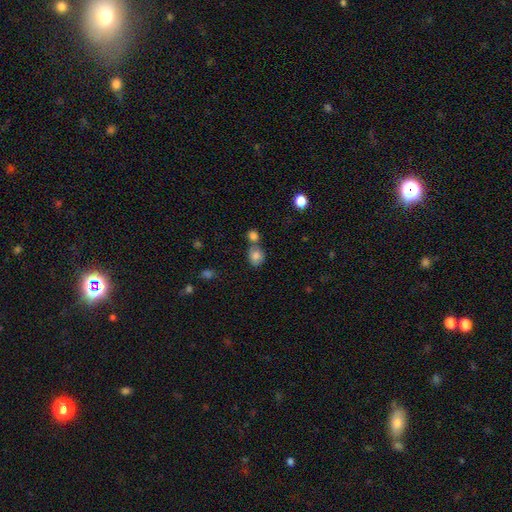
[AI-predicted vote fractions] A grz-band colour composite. It shows a smooth galaxy with no disk features (82%) that is round (60%). Merging: none (49%).